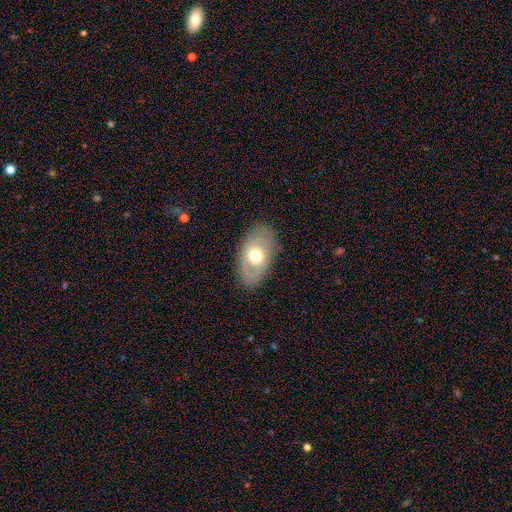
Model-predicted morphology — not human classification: Smooth or featured?
  - smooth: 51% *
  - featured or disk: 42%
  - star or artifact: 7%
How rounded?
  - in between: 89% *
  - round: 9%
  - cigar-shaped: 2%
Merging?
  - none: 83% *
  - minor disturbance: 12%
  - major disturbance: 4%
  - merger: 1%